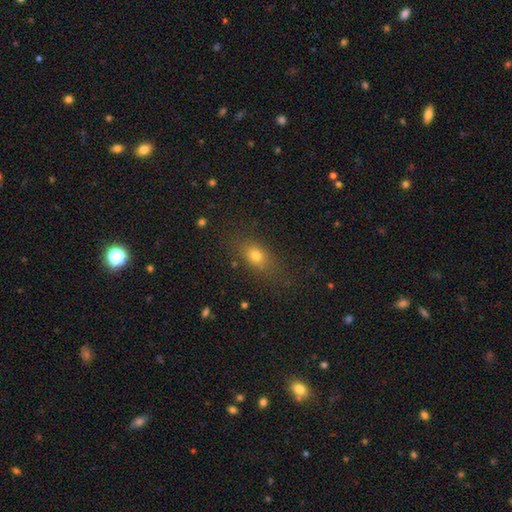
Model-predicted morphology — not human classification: smooth_or_featured: smooth (p=0.73) [alt: featured or disk p=0.13]
how_rounded: in between (p=0.69) [alt: round p=0.22]
merging: none (p=0.76) [alt: minor disturbance p=0.15]